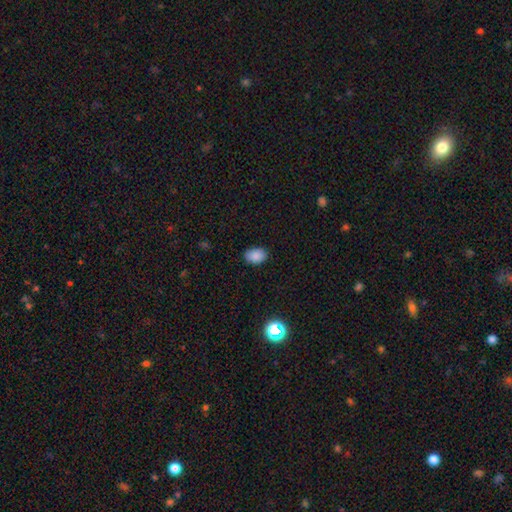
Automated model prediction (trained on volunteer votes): Smooth or featured?
  - smooth: 86% *
  - star or artifact: 10%
  - featured or disk: 4%
How rounded?
  - in between: 81% *
  - round: 17%
  - cigar-shaped: 1%
Merging?
  - none: 85% *
  - minor disturbance: 11%
  - major disturbance: 2%
  - merger: 1%